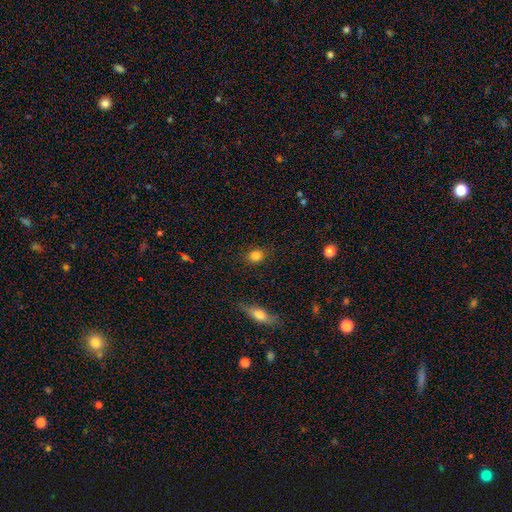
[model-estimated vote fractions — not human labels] Smooth or featured?
  - smooth: 84% *
  - star or artifact: 10%
  - featured or disk: 6%
How rounded?
  - round: 72% *
  - in between: 26%
  - cigar-shaped: 2%
Merging?
  - none: 87% *
  - minor disturbance: 9%
  - major disturbance: 3%
  - merger: 1%